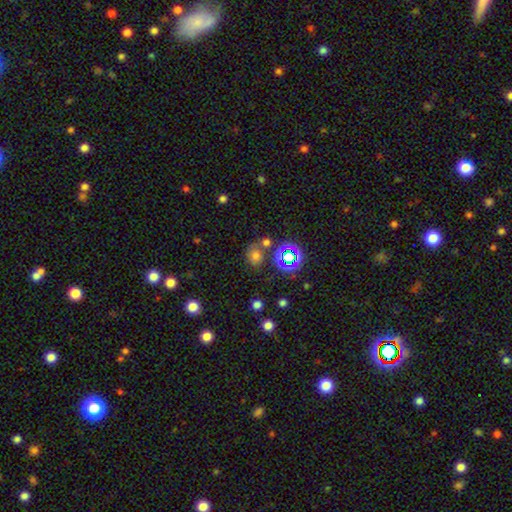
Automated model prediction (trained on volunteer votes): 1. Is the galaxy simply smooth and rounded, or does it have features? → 61% smooth, 29% star or artifact, 10% featured or disk.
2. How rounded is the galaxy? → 65% round, 33% in between, 1% cigar-shaped.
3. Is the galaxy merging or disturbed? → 61% none, 20% merger, 14% minor disturbance, 6% major disturbance.